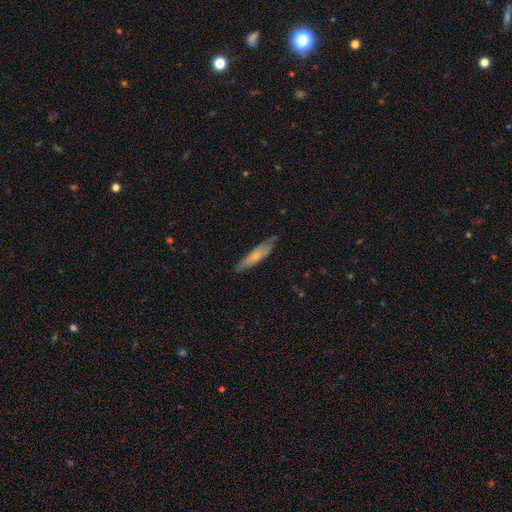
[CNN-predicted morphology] Q: Smooth or featured?
A: smooth (59%); runner-up: featured or disk (35%)
Q: How rounded?
A: cigar-shaped (76%); runner-up: in between (22%)
Q: Merging?
A: none (77%); runner-up: minor disturbance (19%)